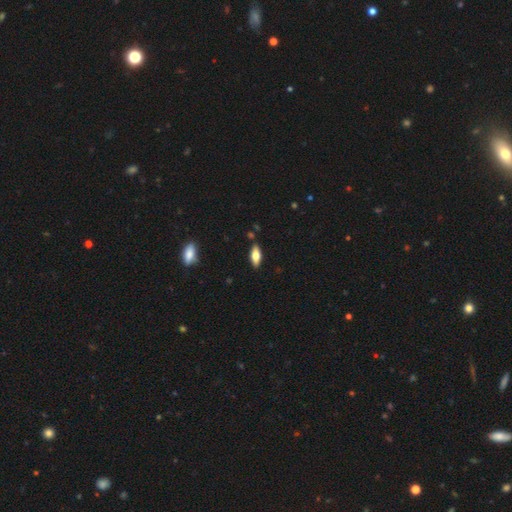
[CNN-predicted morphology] This is likely a smooth galaxy (68%). How rounded: likely in between (76%). Merging: clearly none (85%).